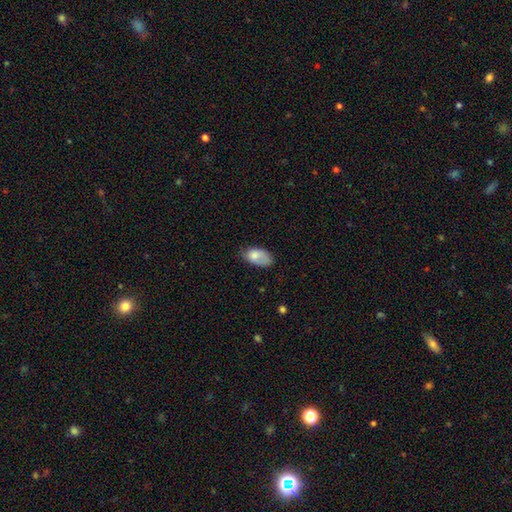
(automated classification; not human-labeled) Smooth or featured? smooth (78%)
How rounded? in between (93%)
Merging? none (48%)